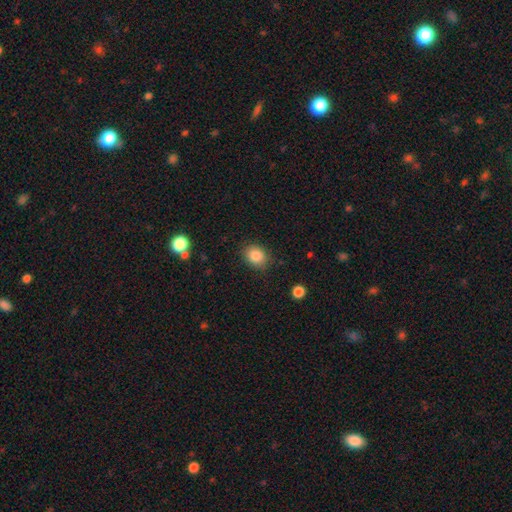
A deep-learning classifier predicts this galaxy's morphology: This is clearly a smooth galaxy (85%). How rounded: possibly round (52%). Merging: clearly none (85%).